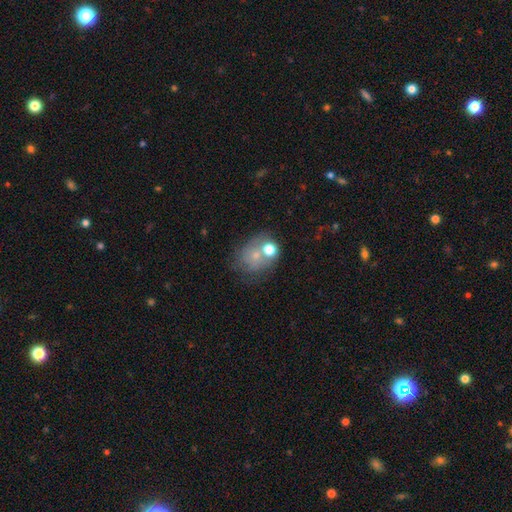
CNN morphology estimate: smooth-or-featured: smooth: 57% | featured or disk: 31% | star or artifact: 13%
  how-rounded: round: 60% | in between: 39% | cigar-shaped: 1%
  merging: merger: 36% | none: 33% | minor disturbance: 17% | major disturbance: 14%